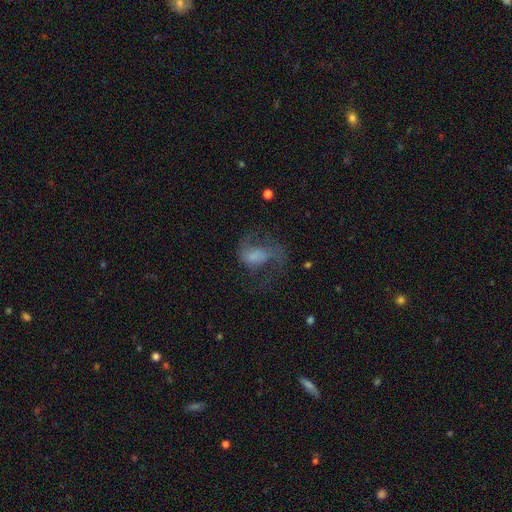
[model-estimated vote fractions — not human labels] Morphology: type=featured or disk (60%); edge-on=no (97%); bar=no (53%); spiral arms=yes (75%); bulge=none (41%); merging=major disturbance (44%).